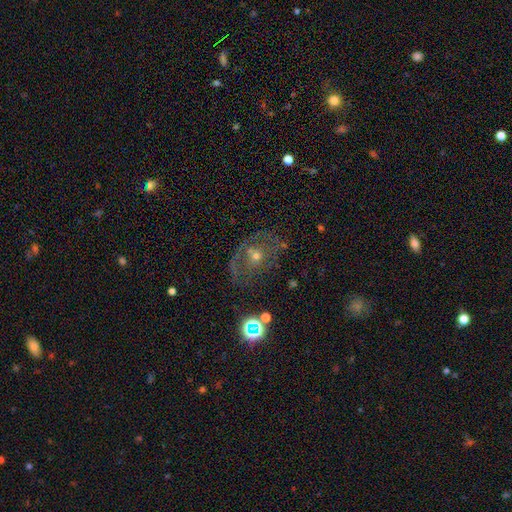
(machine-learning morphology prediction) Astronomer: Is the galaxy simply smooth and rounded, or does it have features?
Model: featured or disk — 59%.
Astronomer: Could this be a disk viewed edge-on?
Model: no — 96%.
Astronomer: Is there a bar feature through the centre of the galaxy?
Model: no — 81%.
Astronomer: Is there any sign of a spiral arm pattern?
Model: no — 53% (runner-up: yes, 47%).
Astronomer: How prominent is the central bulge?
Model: moderate — 48% (runner-up: small, 45%).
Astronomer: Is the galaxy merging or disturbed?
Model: none — 56%.